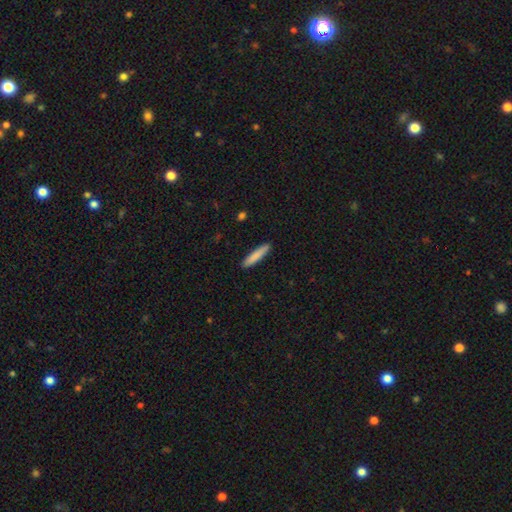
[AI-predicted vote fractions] This is clearly a smooth galaxy (85%). How rounded: clearly cigar-shaped (89%). Merging: clearly none (90%).